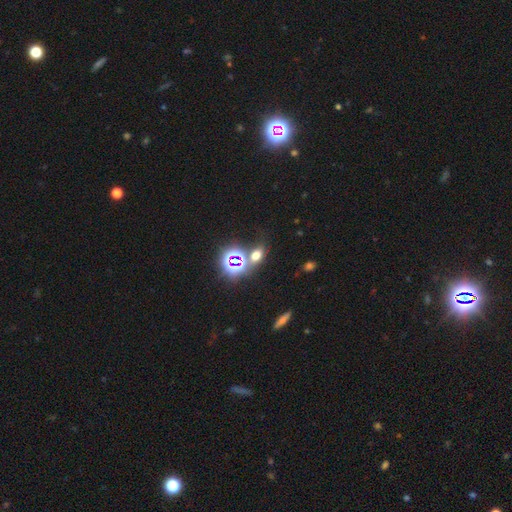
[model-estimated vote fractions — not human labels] Smooth or featured: smooth — 52% (star or artifact — 38%)
How rounded: in between — 65% (round — 32%)
Merging: none — 69% (merger — 16%)